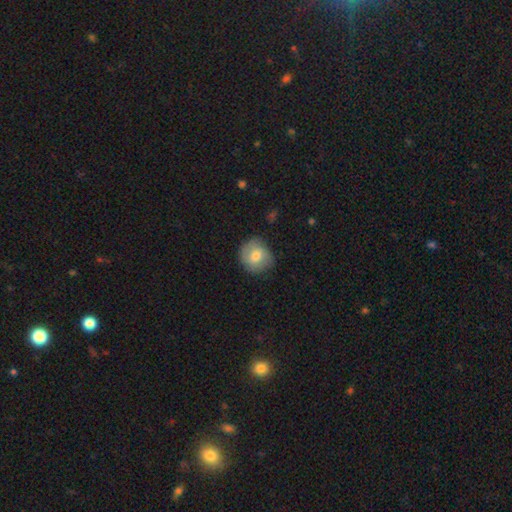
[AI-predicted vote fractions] This is likely a smooth galaxy (70%). How rounded: clearly round (87%). Merging: likely none (74%).